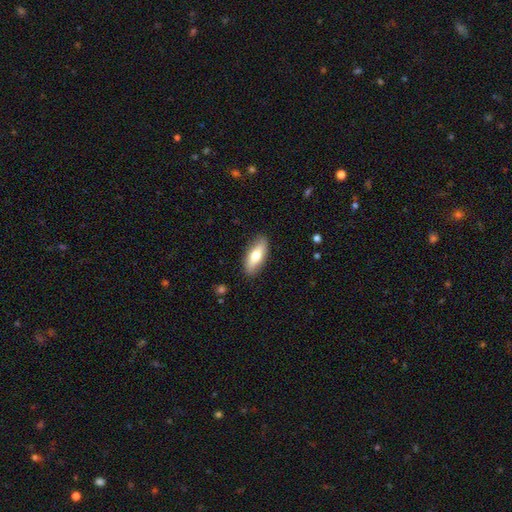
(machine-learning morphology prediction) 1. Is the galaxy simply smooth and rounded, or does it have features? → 66% smooth, 28% featured or disk, 6% star or artifact.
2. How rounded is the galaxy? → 71% in between, 27% cigar-shaped, 3% round.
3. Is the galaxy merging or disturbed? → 88% none, 9% minor disturbance, 2% major disturbance, 1% merger.